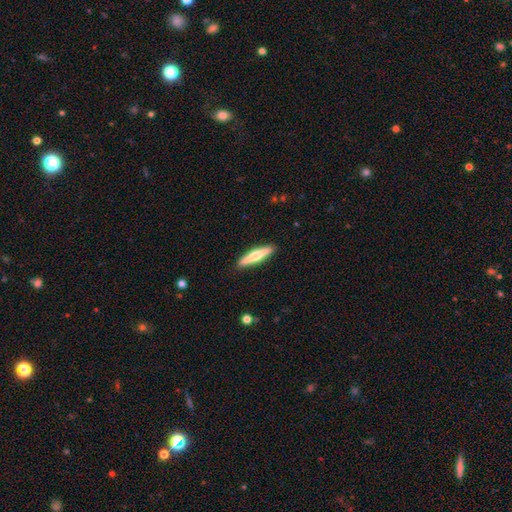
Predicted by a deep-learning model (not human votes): Smooth or featured: smooth — 49% (featured or disk — 46%)
Merging: none — 90% (minor disturbance — 7%)